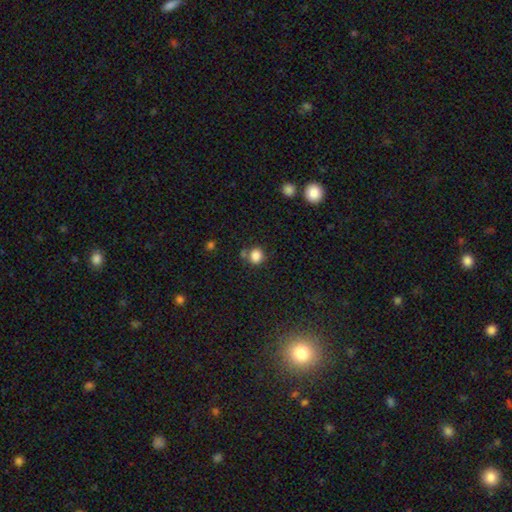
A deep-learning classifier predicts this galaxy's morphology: A smooth galaxy with no disk features (84%) that is round (80%). Merging: none (69%).